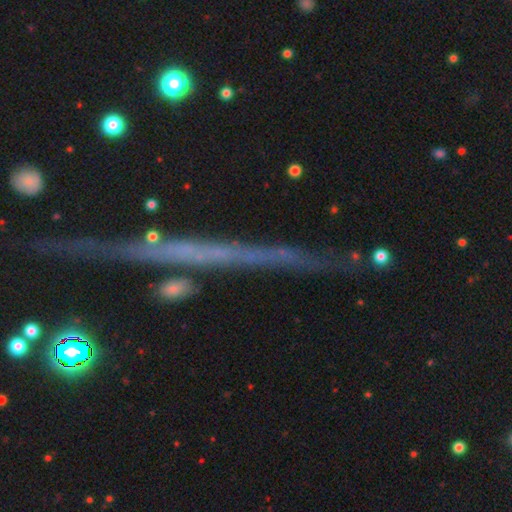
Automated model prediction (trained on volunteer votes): Smooth or featured? featured or disk (41%)
Merging? none (76%)